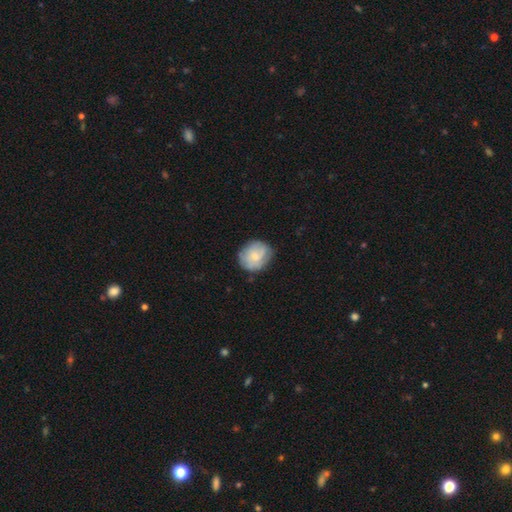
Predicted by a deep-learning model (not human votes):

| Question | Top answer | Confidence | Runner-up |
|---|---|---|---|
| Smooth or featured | smooth | 58% | featured or disk (36%) |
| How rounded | round | 77% | in between (22%) |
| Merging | none | 73% | minor disturbance (20%) |